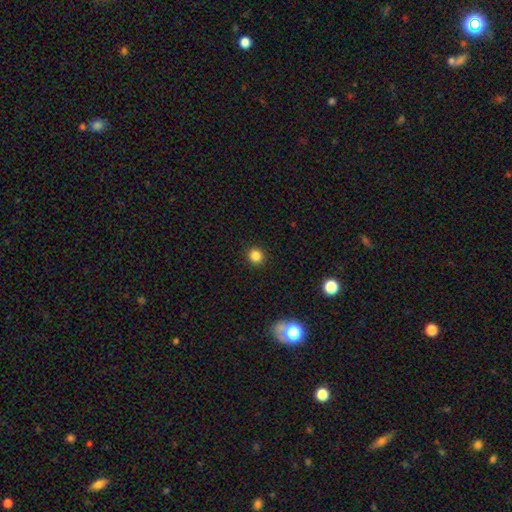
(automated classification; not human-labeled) Overall: smooth (84%). How rounded: round (90%). Merging: none (92%).